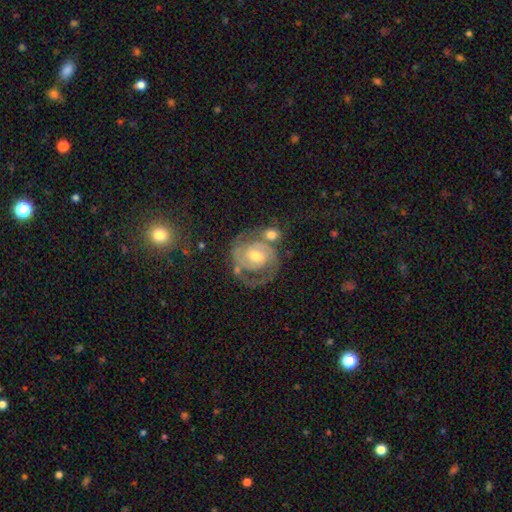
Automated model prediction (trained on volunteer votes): Smooth or featured: featured or disk — 87% (smooth — 8%)
Edge-on disk: no — 98% (yes — 2%)
Bar: no — 62% (weak — 30%)
Spiral arms: yes — 95% (no — 5%)
Spiral winding: tight — 58% (medium — 34%)
Spiral arm count: 2 — 78% (can't tell — 8%)
Bulge size: moderate — 62% (small — 32%)
Merging: none — 58% (minor disturbance — 17%)